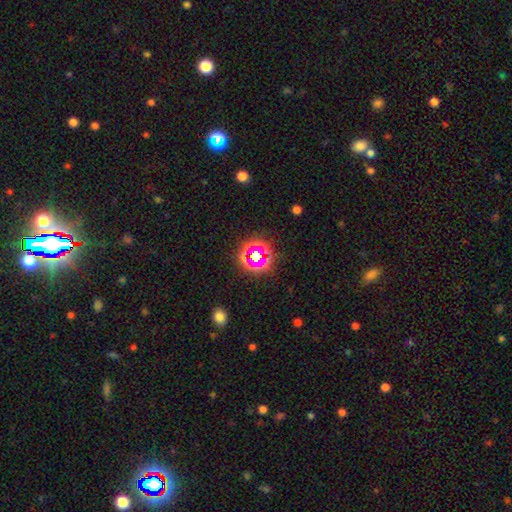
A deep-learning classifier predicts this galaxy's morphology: Q: Smooth or featured?
A: star or artifact (61%); runner-up: smooth (25%)